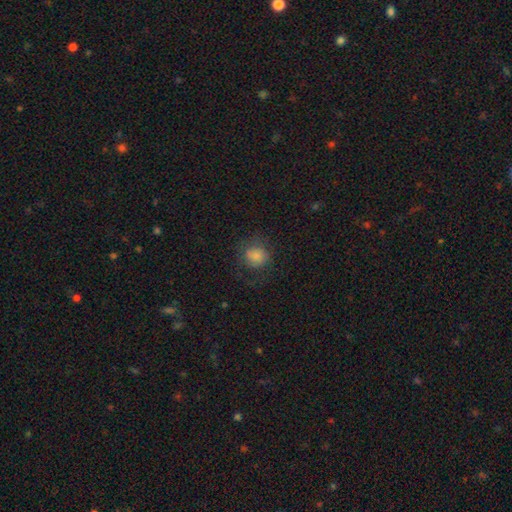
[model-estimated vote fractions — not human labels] smooth 76%, star or artifact 12%, featured or disk 12%. Down the decision tree: how rounded — round (79%); merging — none (71%).